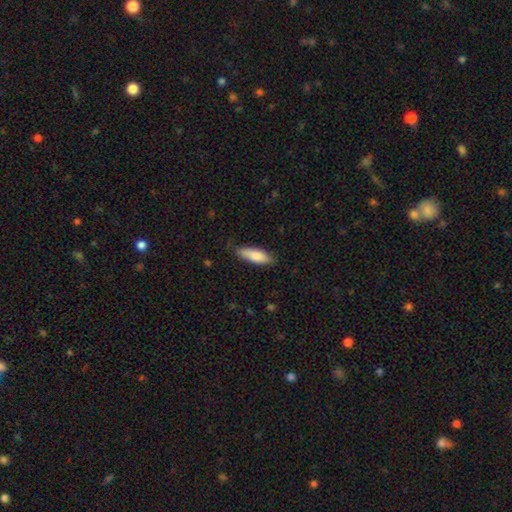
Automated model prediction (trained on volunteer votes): Morphology: type=smooth (84%); roundness=in between (54%); merging=none (79%).